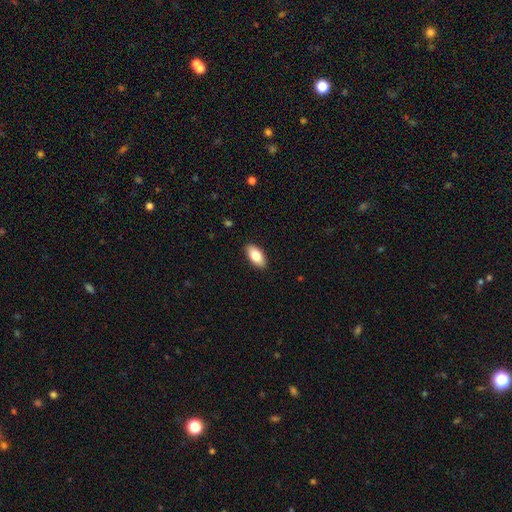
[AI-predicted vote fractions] smooth_or_featured: smooth (p=0.79) [alt: featured or disk p=0.14]
how_rounded: in between (p=0.91) [alt: cigar-shaped p=0.07]
merging: none (p=0.90) [alt: minor disturbance p=0.08]